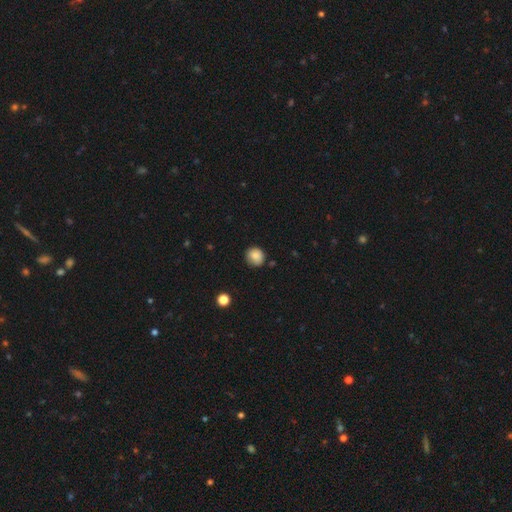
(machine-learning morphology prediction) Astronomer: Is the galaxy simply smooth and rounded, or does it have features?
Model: smooth — 85%.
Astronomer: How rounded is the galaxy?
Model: round — 82%.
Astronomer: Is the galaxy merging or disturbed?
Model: none — 77%.